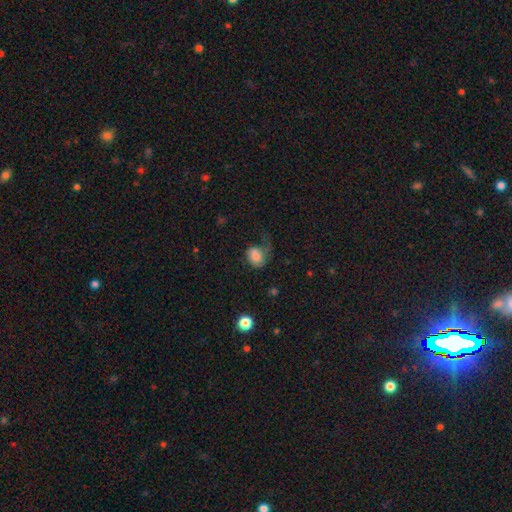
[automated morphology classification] Overall: smooth (73%). How rounded: in between (64%; round 35%). Merging: major disturbance (44%; none 29%).